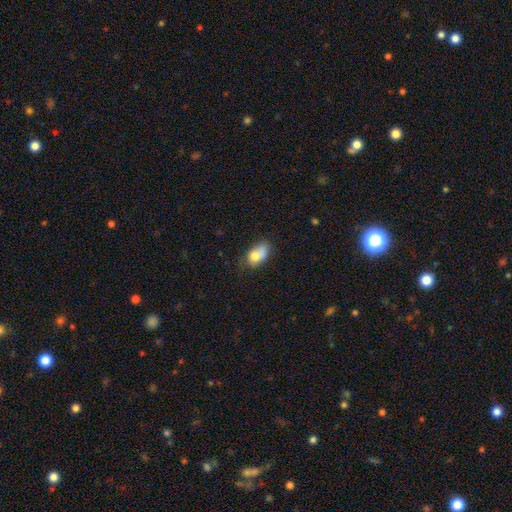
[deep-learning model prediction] Q: Smooth or featured?
A: smooth (75%); runner-up: featured or disk (16%)
Q: How rounded?
A: in between (85%); runner-up: round (12%)
Q: Merging?
A: none (40%); runner-up: minor disturbance (30%)